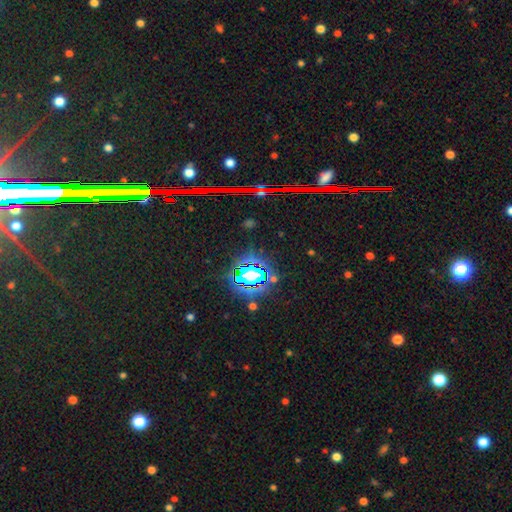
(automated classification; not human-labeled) The model was most divided on "smooth or featured": star or artifact: 82%, smooth: 9%, featured or disk: 9%.